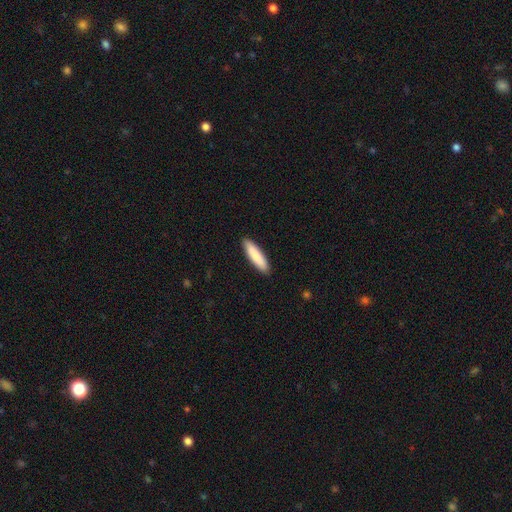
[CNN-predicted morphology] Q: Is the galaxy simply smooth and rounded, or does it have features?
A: smooth — 85%.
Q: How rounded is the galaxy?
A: cigar-shaped — 74%.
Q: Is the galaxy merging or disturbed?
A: none — 90%.